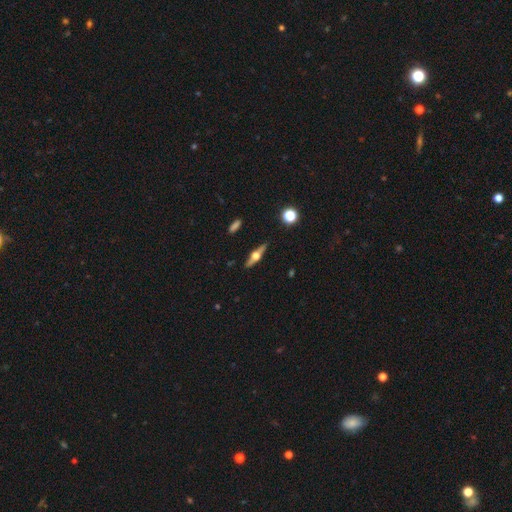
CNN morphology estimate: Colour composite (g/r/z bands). It shows a featured or disk galaxy (75%) viewed edge-on (97%) with a rounded central bulge (96%). Merging: none (89%).